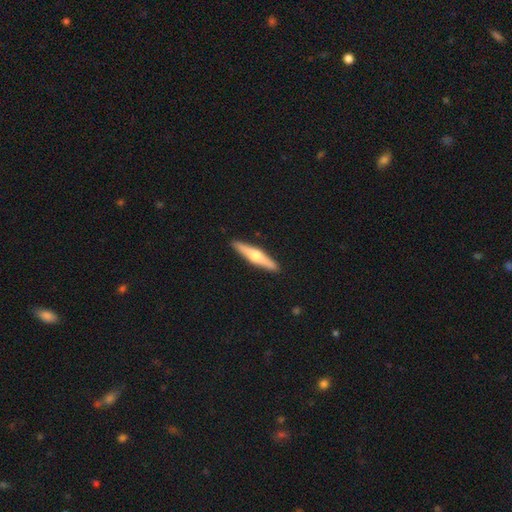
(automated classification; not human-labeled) Smooth or featured? Predicted: featured or disk (p=0.61). Edge-on disk? Predicted: yes (p=0.97). Edge-on bulge? Predicted: rounded (p=0.93). Merging? Predicted: none (p=0.92).